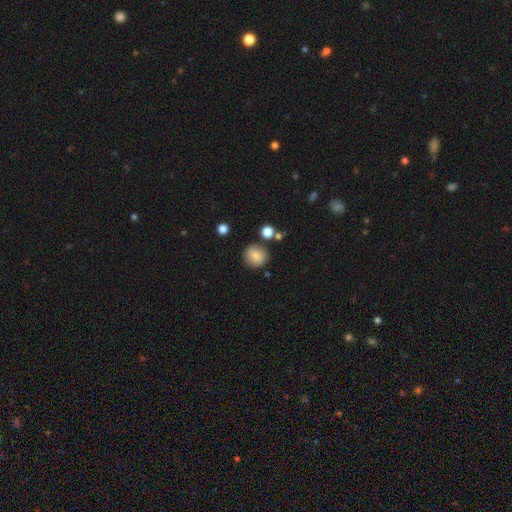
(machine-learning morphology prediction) Q: Smooth or featured?
A: smooth (82%); runner-up: star or artifact (10%)
Q: How rounded?
A: round (91%); runner-up: in between (8%)
Q: Merging?
A: none (83%); runner-up: minor disturbance (9%)